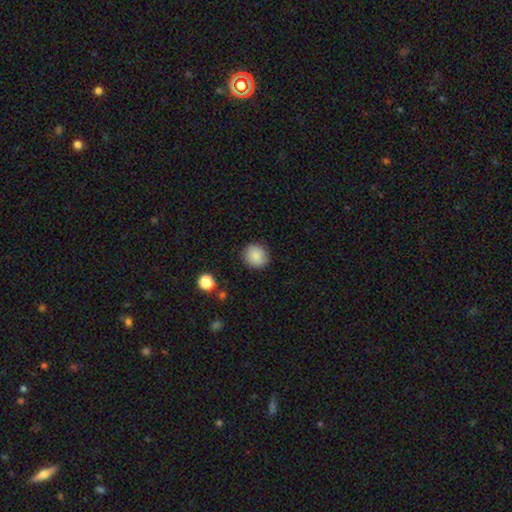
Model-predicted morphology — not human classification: Smooth or featured?
  - smooth: 84% *
  - star or artifact: 8%
  - featured or disk: 7%
How rounded?
  - round: 86% *
  - in between: 13%
  - cigar-shaped: 1%
Merging?
  - none: 88% *
  - minor disturbance: 9%
  - major disturbance: 2%
  - merger: 1%